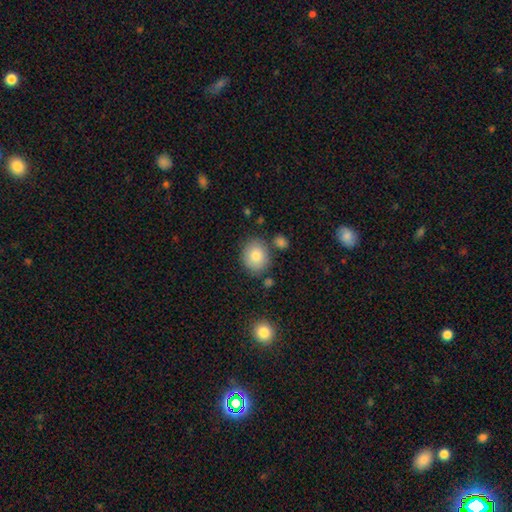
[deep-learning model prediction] Smooth or featured: smooth — 81% (featured or disk — 11%)
How rounded: round — 68% (in between — 31%)
Merging: none — 78% (minor disturbance — 12%)